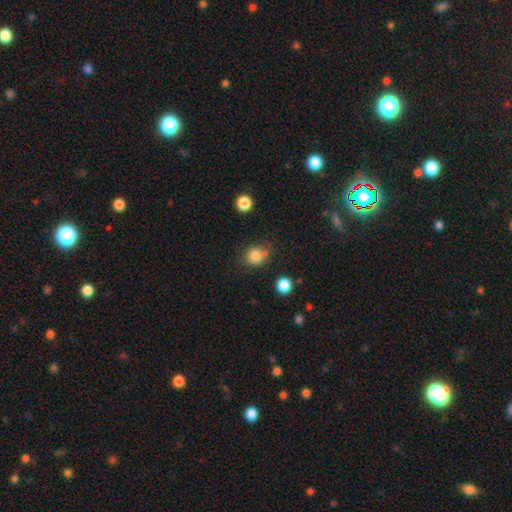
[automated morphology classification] Smooth or featured? smooth (83%)
How rounded? round (76%)
Merging? none (71%)